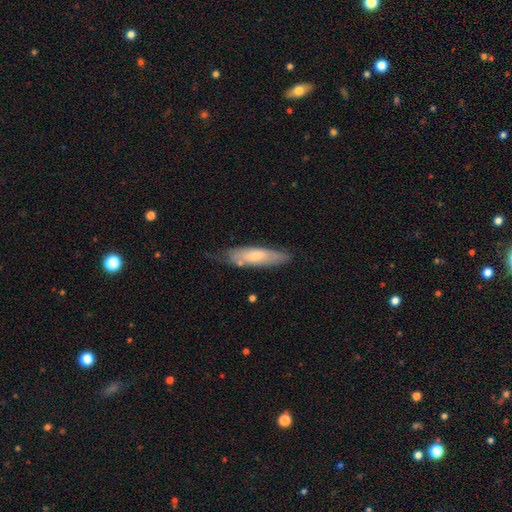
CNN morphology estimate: Smooth or featured: smooth — 66% (featured or disk — 29%)
How rounded: cigar-shaped — 62% (in between — 37%)
Merging: none — 64% (minor disturbance — 26%)